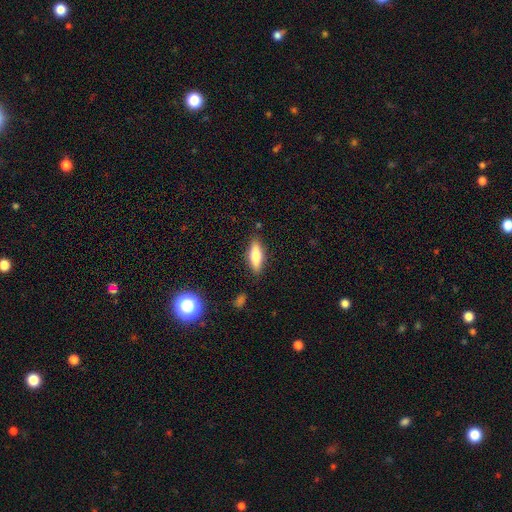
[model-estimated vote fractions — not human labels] Morphology: type=smooth (71%); roundness=in between (50%); merging=none (85%).